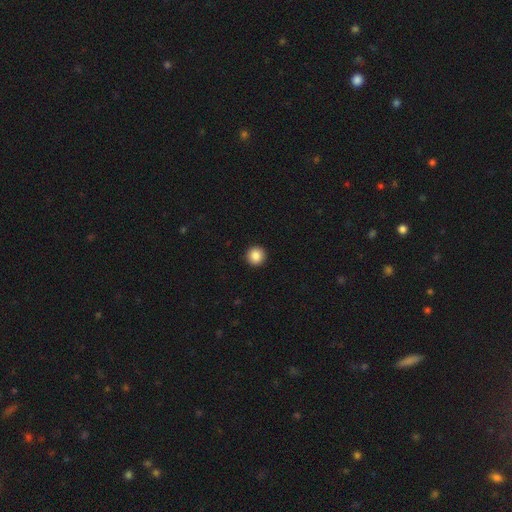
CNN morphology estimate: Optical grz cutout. It shows a smooth galaxy with no disk features (87%) that is round (96%). Merging: none (94%).